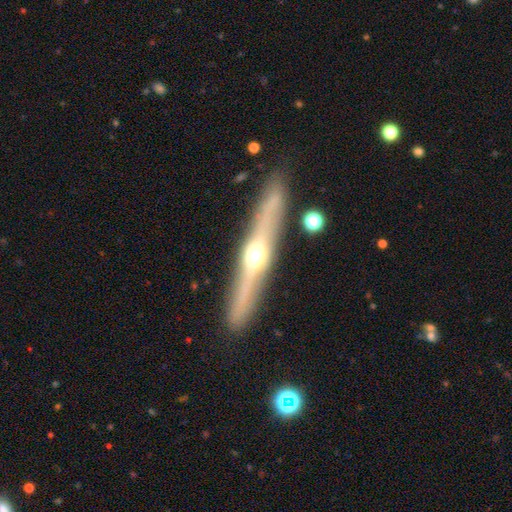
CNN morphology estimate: Smooth or featured? featured or disk (69%)
Edge-on disk? yes (93%)
Edge-on bulge? rounded (92%)
Merging? none (88%)